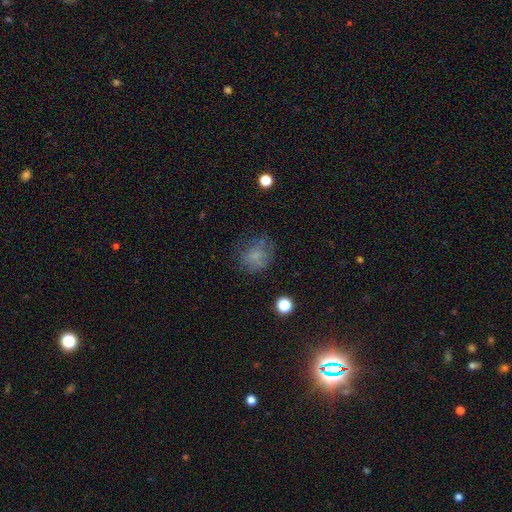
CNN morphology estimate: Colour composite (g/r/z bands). It shows a smooth galaxy with no disk features (63%) that is round (67%). Merging: none (61%).